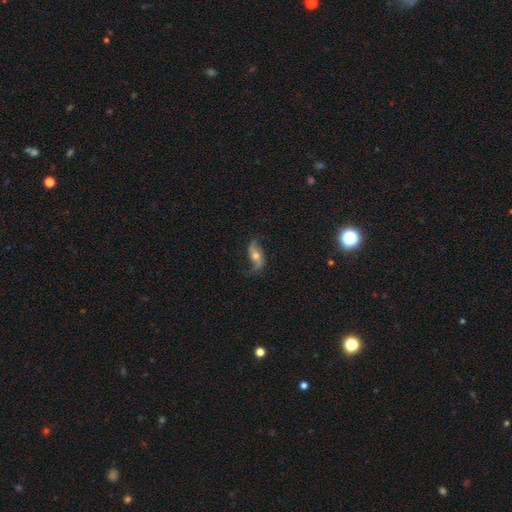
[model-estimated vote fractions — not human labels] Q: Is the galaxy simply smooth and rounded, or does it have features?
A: featured or disk — 73%.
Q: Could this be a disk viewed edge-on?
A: no — 92%.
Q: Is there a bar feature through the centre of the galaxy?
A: no — 56%.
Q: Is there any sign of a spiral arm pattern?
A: yes — 92%.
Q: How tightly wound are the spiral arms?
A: loose — 83%.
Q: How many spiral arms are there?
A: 2 — 91%.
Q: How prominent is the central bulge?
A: moderate — 64%.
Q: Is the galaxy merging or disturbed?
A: none — 72%.